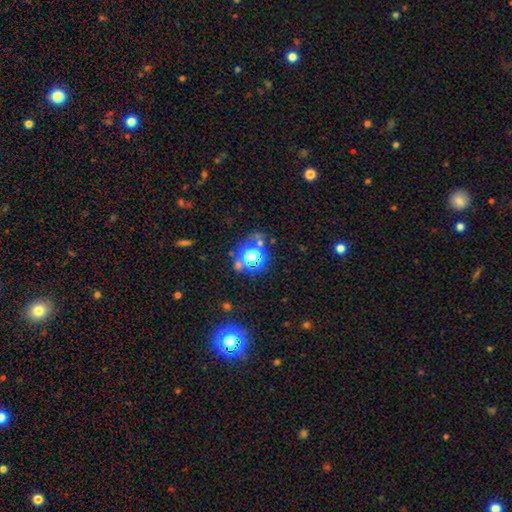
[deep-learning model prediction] This is likely a star or artifact rather than a galaxy (71%).